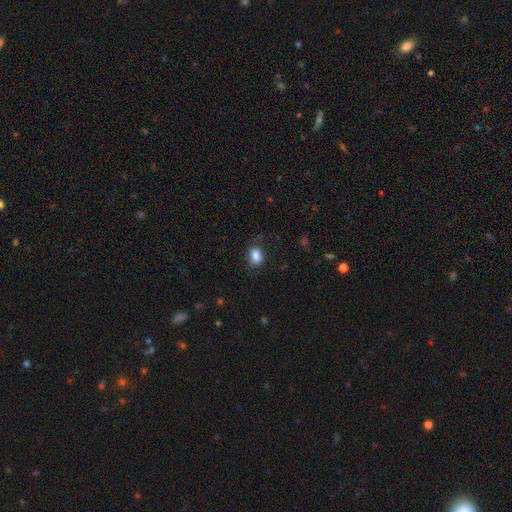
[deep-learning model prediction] The model was most divided on "how rounded": in between: 69%, round: 30%, cigar-shaped: 1%. More confident: smooth or featured — smooth (84%); merging — none (74%).